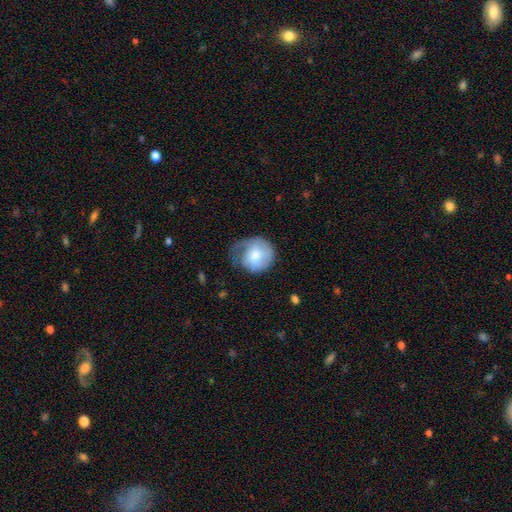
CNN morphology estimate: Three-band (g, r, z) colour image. It shows a smooth galaxy with no disk features (56%) that is round (79%). Merging: none (39%).